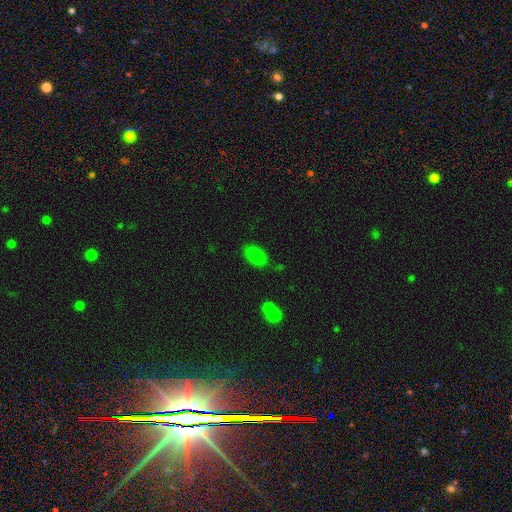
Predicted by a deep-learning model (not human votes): Morphology: type=smooth (81%); roundness=in between (90%); merging=none (78%).